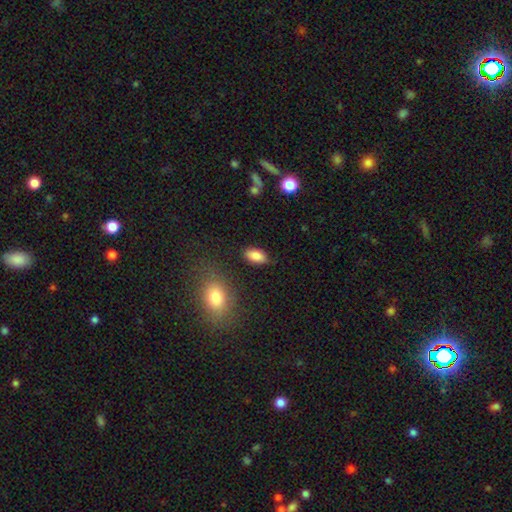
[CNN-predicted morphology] smooth_or_featured: smooth (p=0.86) [alt: star or artifact p=0.08]
how_rounded: in between (p=0.92) [alt: round p=0.04]
merging: none (p=0.84) [alt: minor disturbance p=0.12]